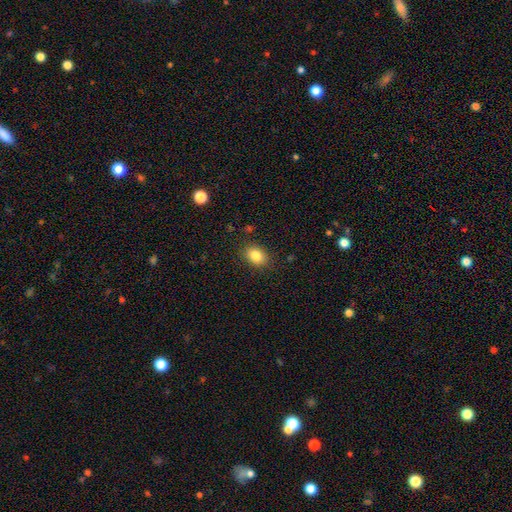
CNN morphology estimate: Smooth or featured? Predicted: smooth (p=0.84). How rounded? Predicted: in between (p=0.63). Merging? Predicted: none (p=0.87).